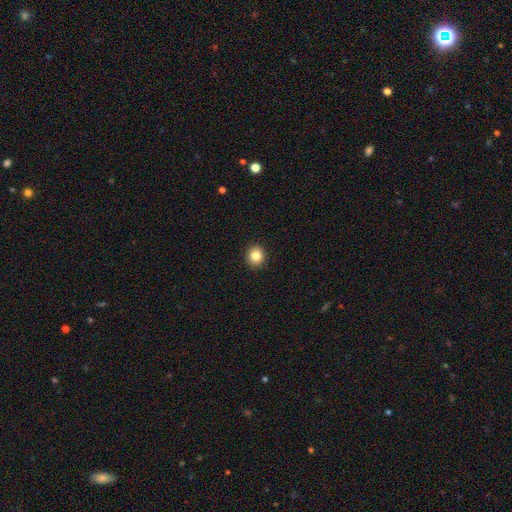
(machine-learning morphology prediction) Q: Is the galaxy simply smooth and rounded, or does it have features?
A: smooth — 83%.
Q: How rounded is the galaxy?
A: round — 87%.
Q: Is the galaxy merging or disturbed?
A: none — 93%.